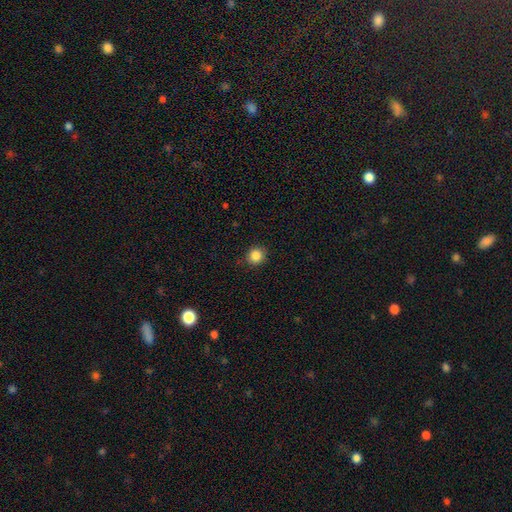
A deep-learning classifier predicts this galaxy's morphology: Smooth or featured? Predicted: smooth (p=0.85). How rounded? Predicted: round (p=0.90). Merging? Predicted: none (p=0.90).